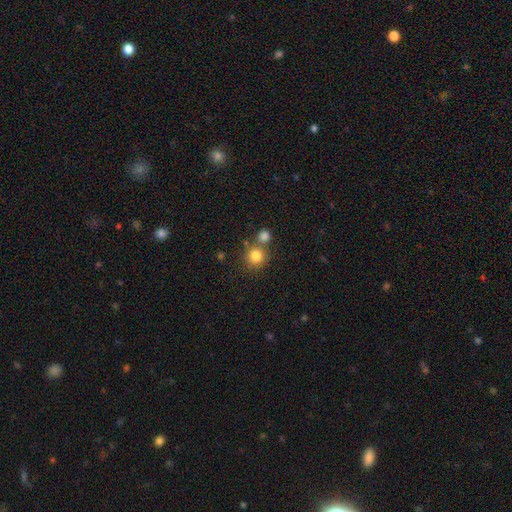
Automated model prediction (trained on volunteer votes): This appears to be a smooth galaxy with no disk features (82%) that is round (90%). Merging: none (64%).